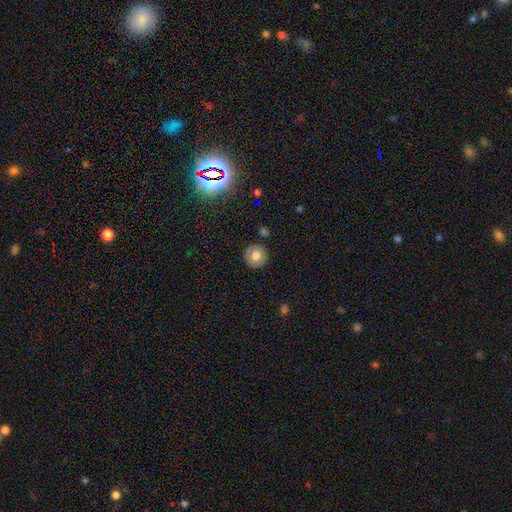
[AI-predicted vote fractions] A smooth galaxy with no disk features (72%) that is round (93%).

Vote fractions:
- Smooth or featured? smooth: 72% / featured or disk: 18% / star or artifact: 10%
- How rounded? round: 93% / in between: 6% / cigar-shaped: 1%
- Merging? none: 89% / minor disturbance: 7% / major disturbance: 2% / merger: 2%